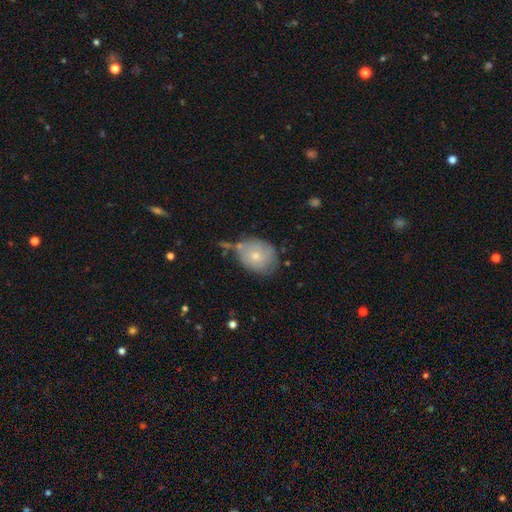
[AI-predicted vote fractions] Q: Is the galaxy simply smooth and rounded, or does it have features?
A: smooth — 71%.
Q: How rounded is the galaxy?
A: round — 52%.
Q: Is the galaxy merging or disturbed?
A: none — 53%.